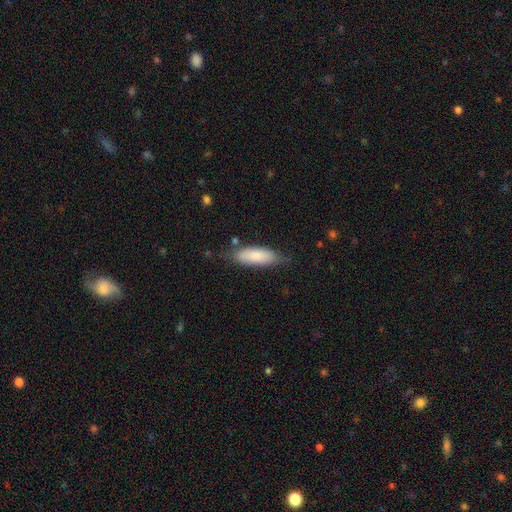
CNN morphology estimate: Smooth or featured? Predicted: smooth (p=0.81). How rounded? Predicted: in between (p=0.67). Merging? Predicted: none (p=0.70).